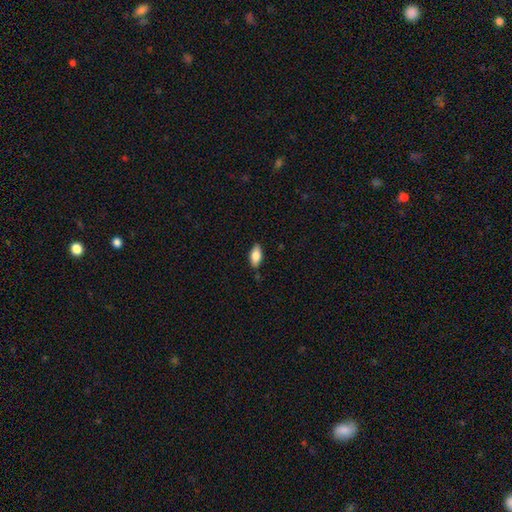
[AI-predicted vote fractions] Overall: smooth (82%). How rounded: in between (88%). Merging: none (84%).